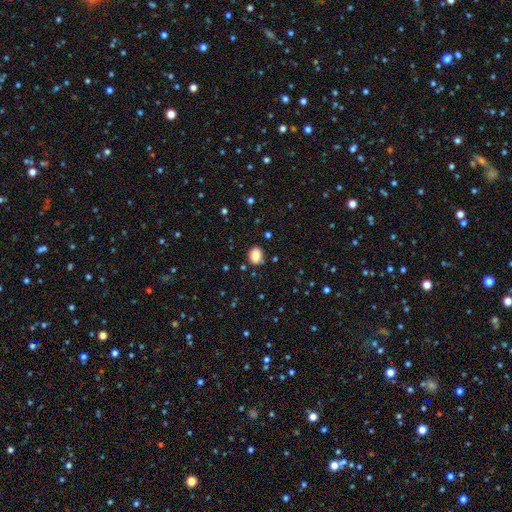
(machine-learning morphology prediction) smooth 86%, star or artifact 9%, featured or disk 5%. Down the decision tree: how rounded — in between (51%); merging — none (82%).